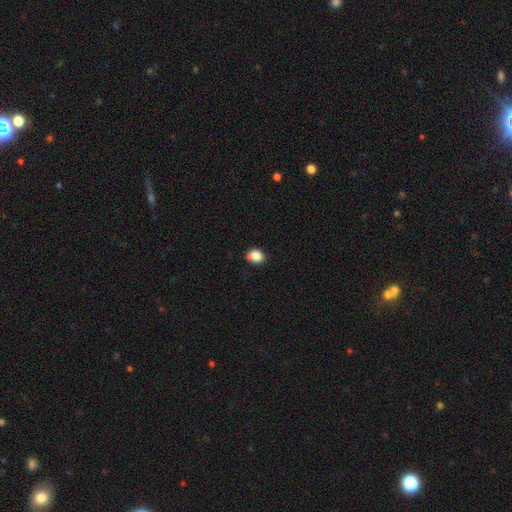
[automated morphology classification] Smooth or featured? smooth (85%)
How rounded? round (52%)
Merging? none (81%)